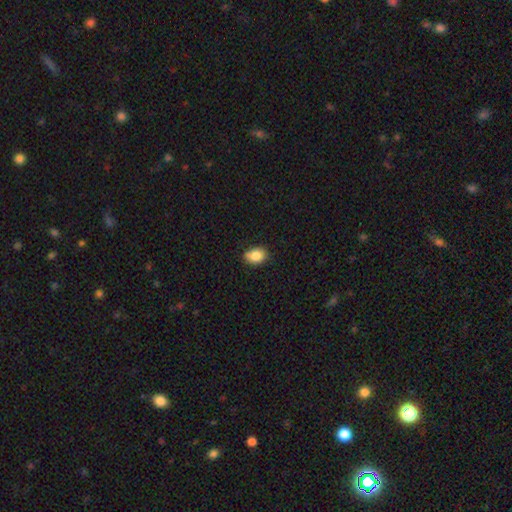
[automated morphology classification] A smooth galaxy with no disk features (84%) that is in between round and cigar-shaped (68%).

Vote fractions:
- Smooth or featured? smooth: 84% / star or artifact: 9% / featured or disk: 7%
- How rounded? in between: 68% / round: 31% / cigar-shaped: 1%
- Merging? none: 75% / minor disturbance: 21% / major disturbance: 3% / merger: 2%